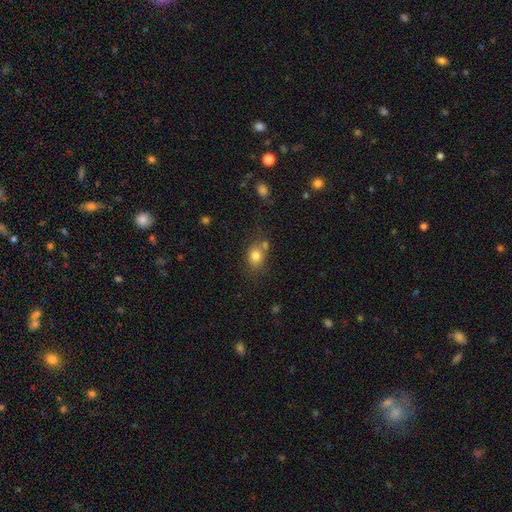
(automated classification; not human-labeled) Morphology: type=smooth (79%); roundness=in between (54%); merging=none (59%).